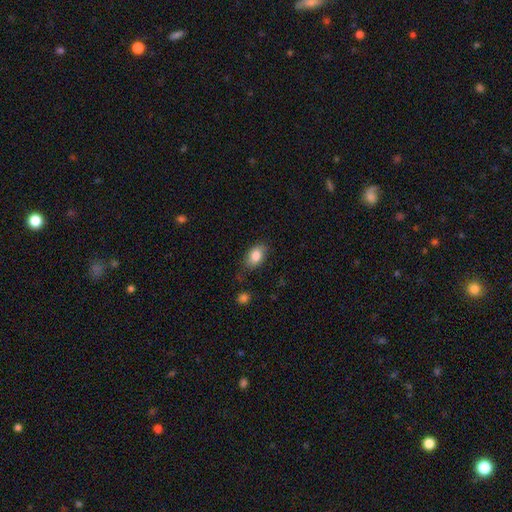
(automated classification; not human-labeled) Smooth or featured: smooth — 84% (featured or disk — 8%)
How rounded: in between — 87% (round — 11%)
Merging: none — 75% (minor disturbance — 19%)